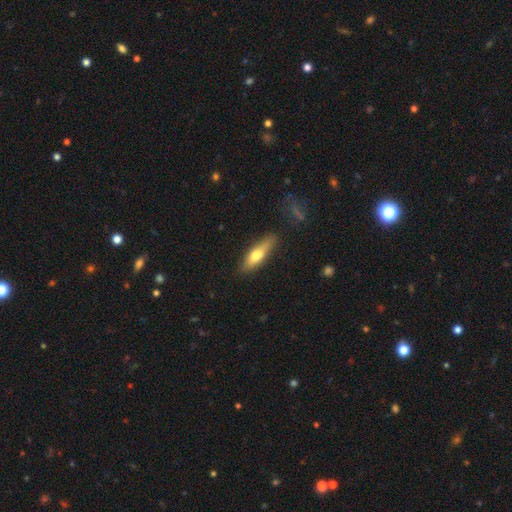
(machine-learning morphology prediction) Smooth or featured? smooth (61%)
How rounded? cigar-shaped (59%)
Merging? none (76%)